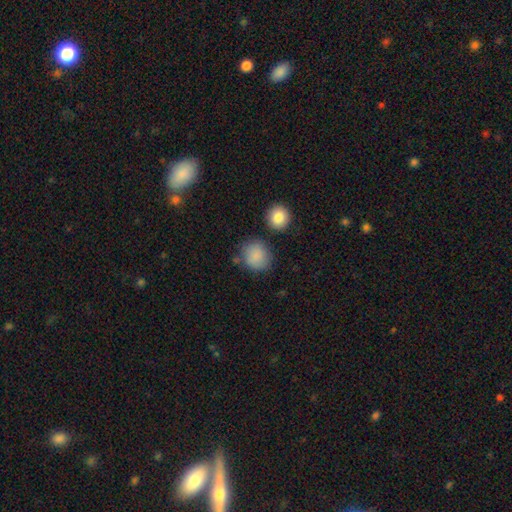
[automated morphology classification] This is clearly a smooth galaxy (87%). How rounded: clearly round (85%). Merging: likely none (76%).